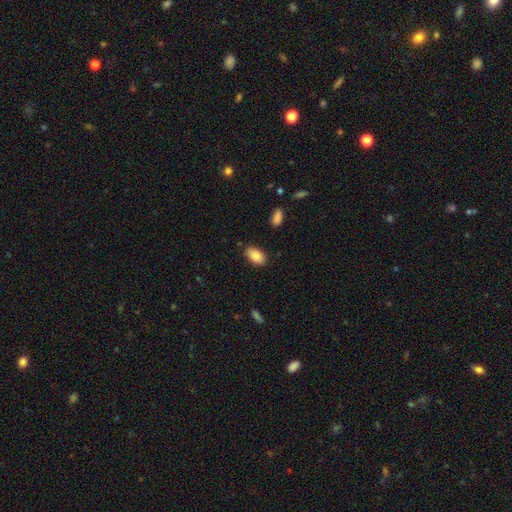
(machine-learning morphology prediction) Overall: smooth (85%). How rounded: in between (93%). Merging: none (84%).